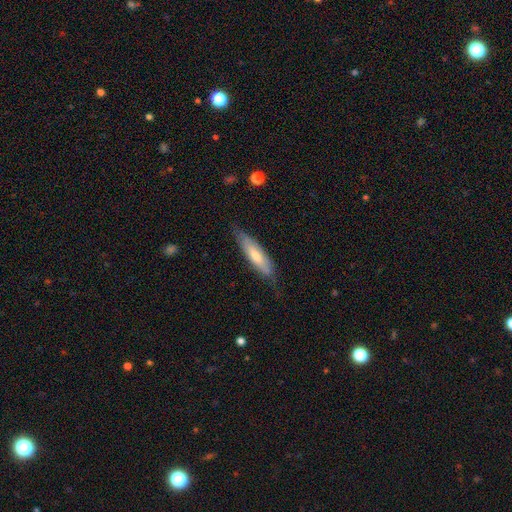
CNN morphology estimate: smooth_or_featured: smooth (p=0.55) [alt: featured or disk p=0.39]
how_rounded: cigar-shaped (p=0.67) [alt: in between p=0.31]
merging: none (p=0.73) [alt: minor disturbance p=0.21]